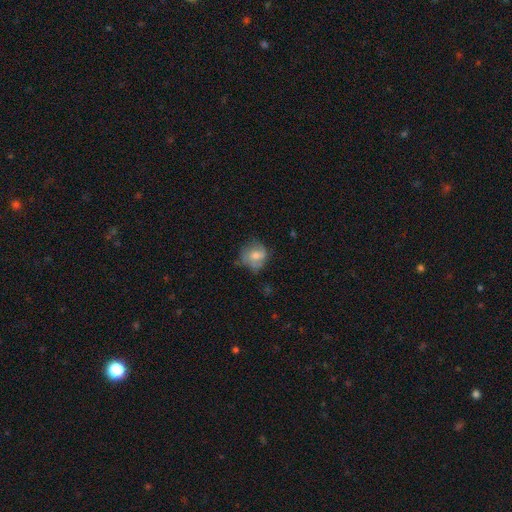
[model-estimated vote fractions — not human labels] smooth-or-featured: smooth: 58% | featured or disk: 32% | star or artifact: 10%
  how-rounded: round: 74% | in between: 25% | cigar-shaped: 1%
  merging: none: 58% | minor disturbance: 28% | major disturbance: 11% | merger: 2%